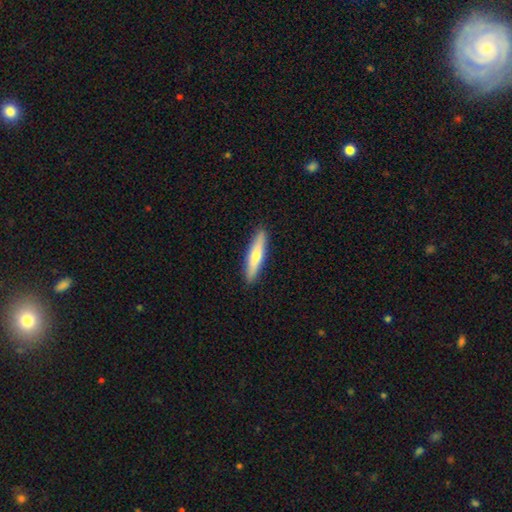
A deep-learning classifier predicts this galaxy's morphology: Overall: smooth (58%; featured or disk 36%). How rounded: cigar-shaped (86%). Merging: none (91%).